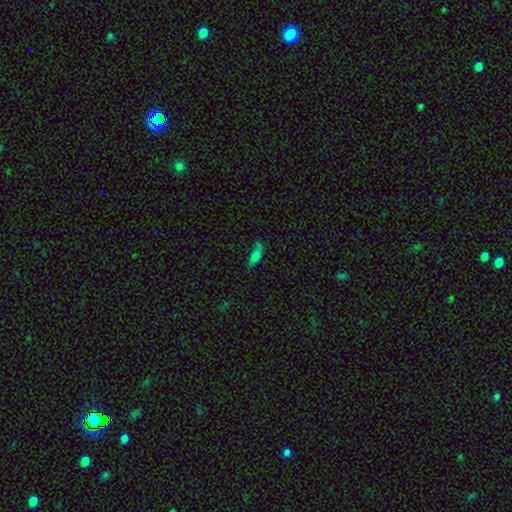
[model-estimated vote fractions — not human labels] Q: Smooth or featured?
A: smooth (68%); runner-up: featured or disk (21%)
Q: How rounded?
A: in between (69%); runner-up: cigar-shaped (27%)
Q: Merging?
A: none (49%); runner-up: minor disturbance (33%)